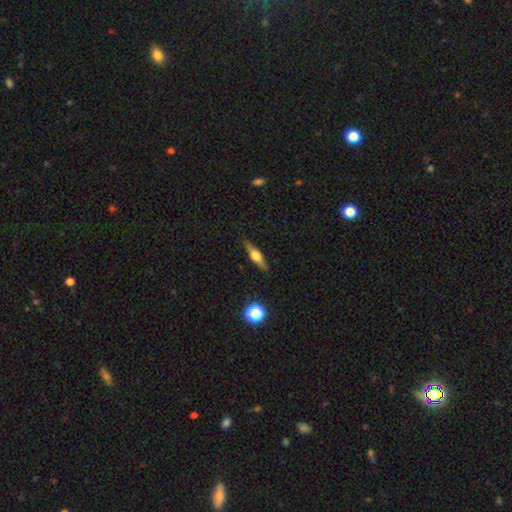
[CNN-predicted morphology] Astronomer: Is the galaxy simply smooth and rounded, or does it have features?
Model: featured or disk — 62%.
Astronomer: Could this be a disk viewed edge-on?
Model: yes — 94%.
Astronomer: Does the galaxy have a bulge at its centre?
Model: rounded — 93%.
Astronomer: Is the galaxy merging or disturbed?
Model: none — 87%.